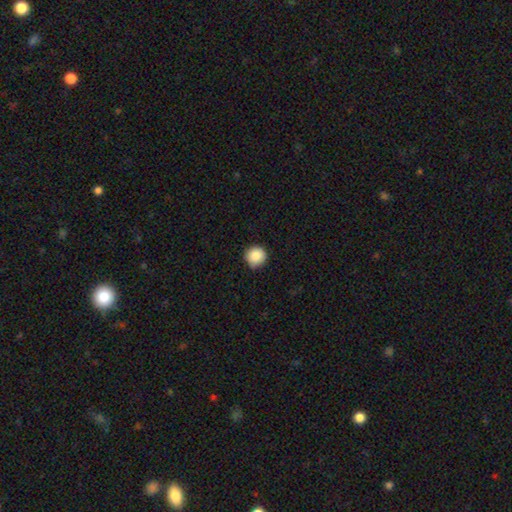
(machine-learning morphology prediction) smooth_or_featured: smooth (p=0.87) [alt: star or artifact p=0.09]
how_rounded: round (p=0.95) [alt: in between p=0.05]
merging: none (p=0.87) [alt: minor disturbance p=0.10]